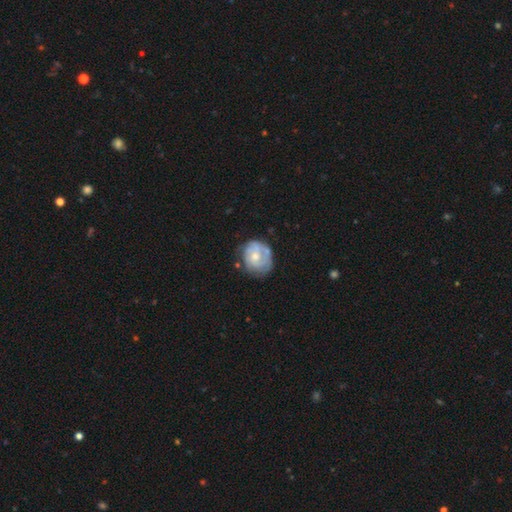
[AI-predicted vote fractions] smooth_or_featured: featured or disk (p=0.67) [alt: smooth p=0.27]
disk_edge_on: no (p=0.98) [alt: yes p=0.02]
bar: no (p=0.78) [alt: weak p=0.19]
has_spiral_arms: yes (p=0.73) [alt: no p=0.27]
bulge_size: moderate (p=0.54) [alt: small p=0.40]
merging: none (p=0.60) [alt: minor disturbance p=0.25]